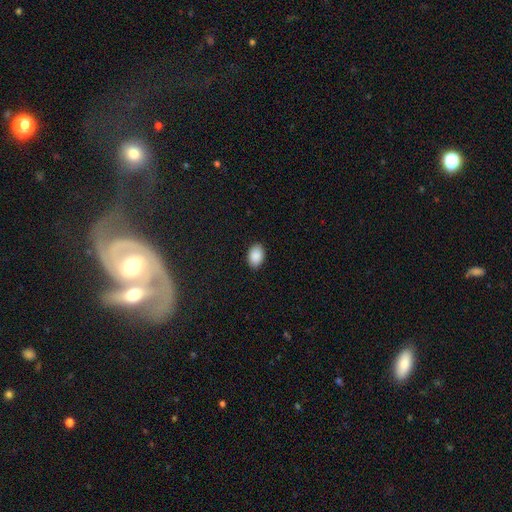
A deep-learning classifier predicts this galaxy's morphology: smooth_or_featured: smooth (p=0.90) [alt: star or artifact p=0.07]
how_rounded: in between (p=0.86) [alt: round p=0.13]
merging: none (p=0.89) [alt: minor disturbance p=0.09]